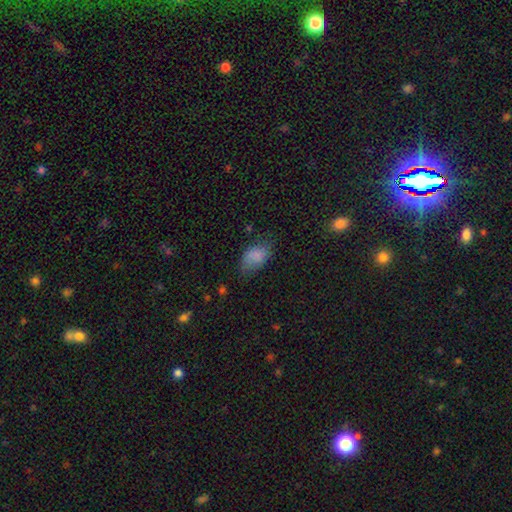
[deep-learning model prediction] Smooth or featured? Predicted: smooth (p=0.80). How rounded? Predicted: in between (p=0.90). Merging? Predicted: none (p=0.57).